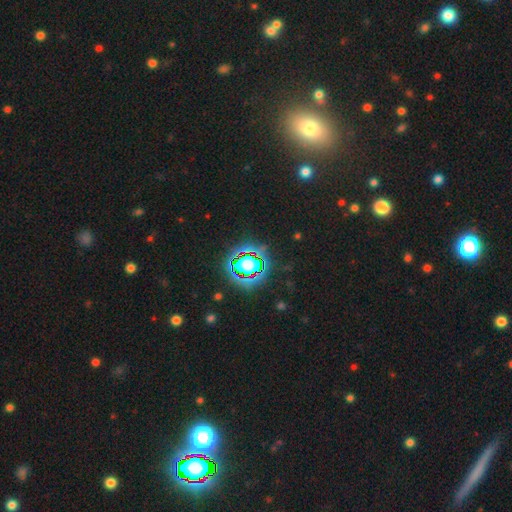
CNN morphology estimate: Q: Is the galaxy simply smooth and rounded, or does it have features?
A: star or artifact — 78%.